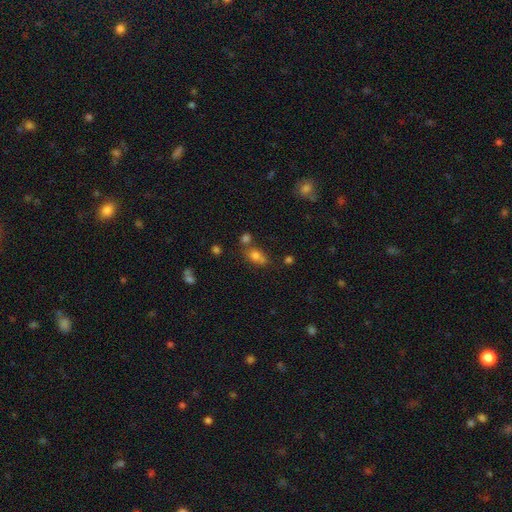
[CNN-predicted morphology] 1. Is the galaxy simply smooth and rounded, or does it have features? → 73% smooth, 15% star or artifact, 12% featured or disk.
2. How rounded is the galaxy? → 64% in between, 32% round, 4% cigar-shaped.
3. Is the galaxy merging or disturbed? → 51% none, 26% merger, 17% minor disturbance, 7% major disturbance.